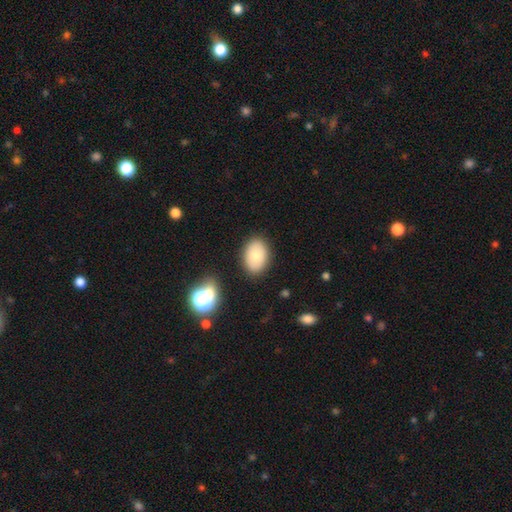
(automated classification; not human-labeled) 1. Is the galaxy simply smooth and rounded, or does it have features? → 78% smooth, 14% featured or disk, 8% star or artifact.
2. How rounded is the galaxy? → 84% in between, 15% round, 1% cigar-shaped.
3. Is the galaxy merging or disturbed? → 85% none, 10% minor disturbance, 3% major disturbance, 2% merger.